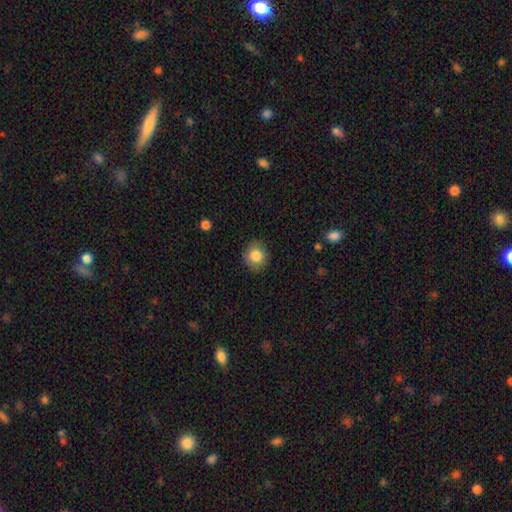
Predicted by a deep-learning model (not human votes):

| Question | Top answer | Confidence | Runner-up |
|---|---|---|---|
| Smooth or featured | smooth | 84% | star or artifact (9%) |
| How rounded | round | 80% | in between (19%) |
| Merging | none | 86% | minor disturbance (10%) |